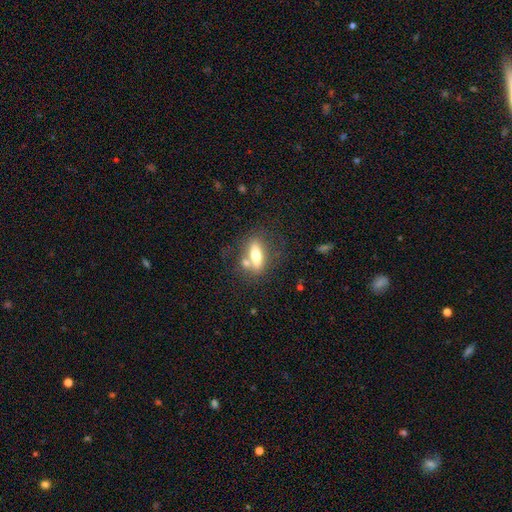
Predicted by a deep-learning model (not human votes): A smooth galaxy with no disk features (60%) that is in between round and cigar-shaped (62%).

Vote fractions:
- Smooth or featured? smooth: 60% / featured or disk: 32% / star or artifact: 7%
- How rounded? in between: 62% / cigar-shaped: 33% / round: 4%
- Merging? none: 58% / merger: 21% / minor disturbance: 14% / major disturbance: 6%